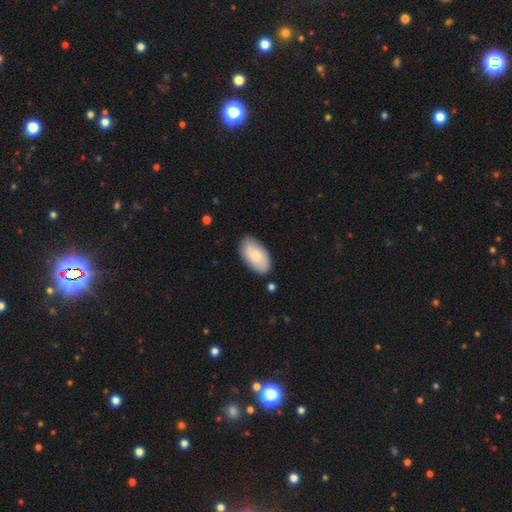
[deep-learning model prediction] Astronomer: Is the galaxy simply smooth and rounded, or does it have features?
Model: smooth — 82%.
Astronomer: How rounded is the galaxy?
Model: in between — 96%.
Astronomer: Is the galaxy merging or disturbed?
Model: none — 82%.